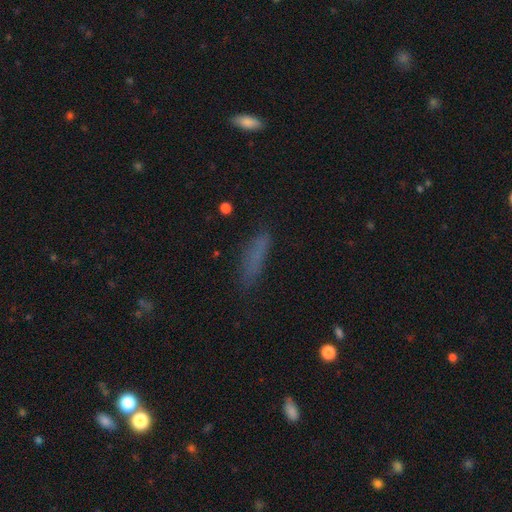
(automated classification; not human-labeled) Morphology: type=smooth (71%); roundness=cigar-shaped (75%); merging=none (74%).